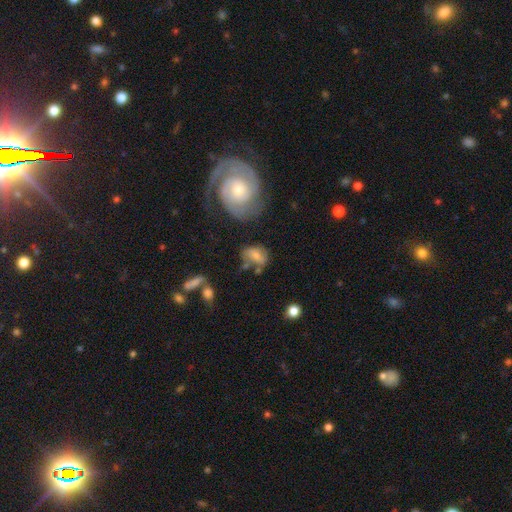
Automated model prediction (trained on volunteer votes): The model was most divided on "merging": none: 45%, minor disturbance: 26%, major disturbance: 16%, merger: 13%. More confident: how rounded — in between (79%); smooth or featured — smooth (64%).